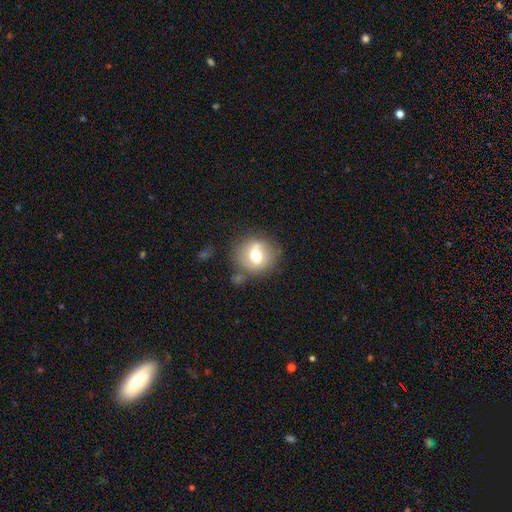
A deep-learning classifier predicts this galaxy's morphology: smooth-or-featured: smooth: 61% | featured or disk: 29% | star or artifact: 10%
  how-rounded: round: 82% | in between: 17% | cigar-shaped: 1%
  merging: none: 68% | minor disturbance: 17% | merger: 8% | major disturbance: 7%